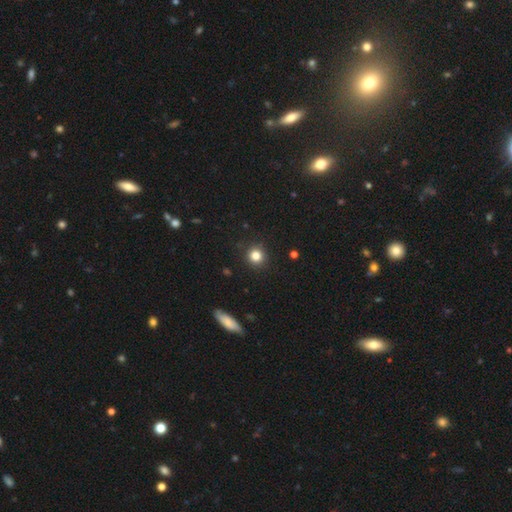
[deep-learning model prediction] The model was most divided on "smooth or featured": smooth: 83%, star or artifact: 12%, featured or disk: 5%. More confident: how rounded — round (92%); merging — none (90%).